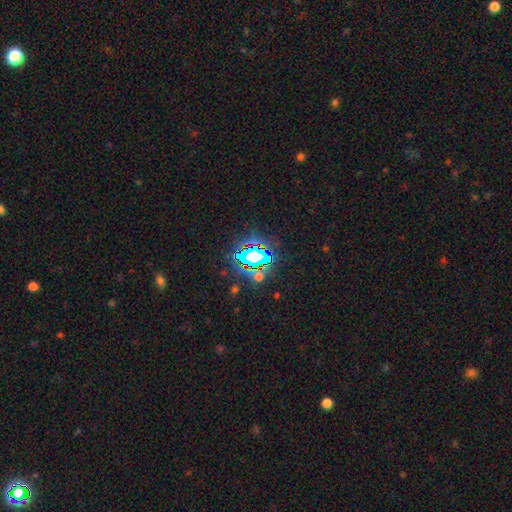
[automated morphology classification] A star or artifact, not a galaxy (79%).